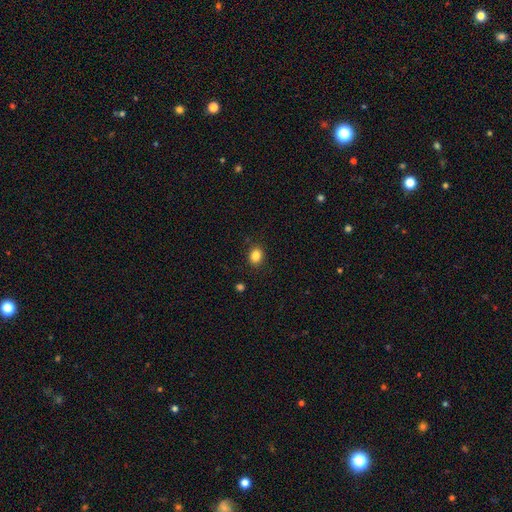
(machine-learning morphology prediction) This appears to be a smooth galaxy with no disk features (85%) that is round (50%). Merging: none (87%).